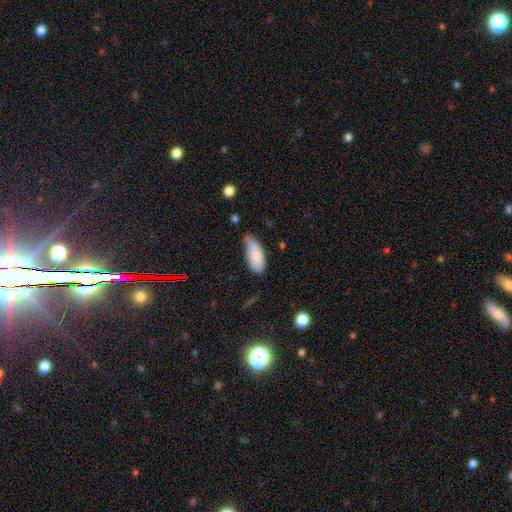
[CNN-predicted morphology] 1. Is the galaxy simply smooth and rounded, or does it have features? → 85% smooth, 9% featured or disk, 6% star or artifact.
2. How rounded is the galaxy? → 82% in between, 16% cigar-shaped, 2% round.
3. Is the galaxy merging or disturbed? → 46% none, 42% minor disturbance, 8% major disturbance, 3% merger.